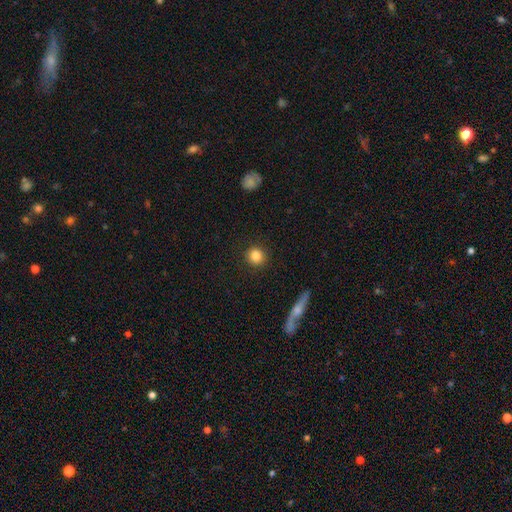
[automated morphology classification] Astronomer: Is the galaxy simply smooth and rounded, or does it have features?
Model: smooth — 85%.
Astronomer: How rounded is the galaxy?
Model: round — 91%.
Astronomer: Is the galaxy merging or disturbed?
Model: none — 91%.